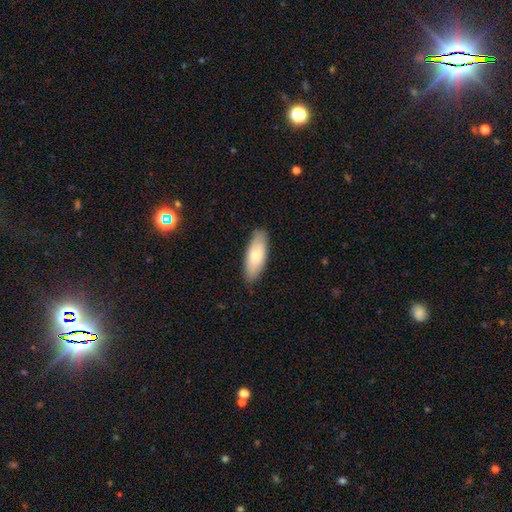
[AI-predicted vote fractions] Morphology: type=smooth (77%); roundness=in between (69%); merging=none (85%).